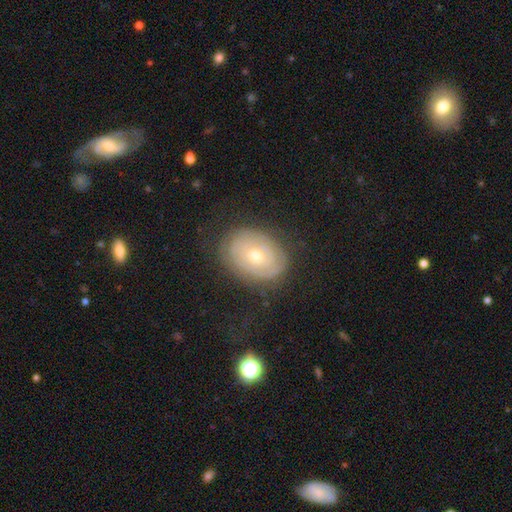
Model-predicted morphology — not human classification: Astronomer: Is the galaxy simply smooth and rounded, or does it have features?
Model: featured or disk — 67%.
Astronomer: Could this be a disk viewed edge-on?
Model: no — 95%.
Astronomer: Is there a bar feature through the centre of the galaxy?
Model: no — 81%.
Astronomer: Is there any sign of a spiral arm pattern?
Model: yes — 65%.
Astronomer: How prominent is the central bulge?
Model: moderate — 53% (runner-up: small, 44%).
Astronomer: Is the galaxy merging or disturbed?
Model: none — 78%.